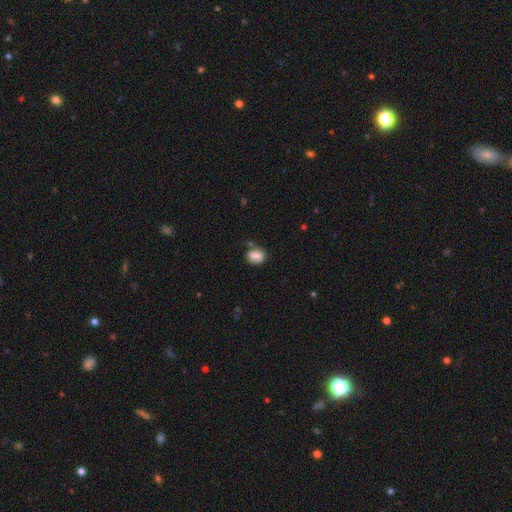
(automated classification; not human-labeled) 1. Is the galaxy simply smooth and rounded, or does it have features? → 82% smooth, 9% star or artifact, 9% featured or disk.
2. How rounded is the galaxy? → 68% in between, 30% round, 2% cigar-shaped.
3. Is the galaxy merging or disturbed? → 65% none, 21% minor disturbance, 8% merger, 6% major disturbance.